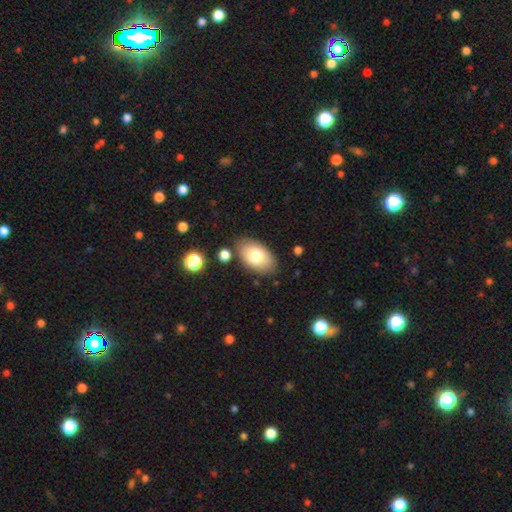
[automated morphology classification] Smooth or featured?
  - smooth: 77% *
  - featured or disk: 16%
  - star or artifact: 7%
How rounded?
  - in between: 93% *
  - round: 5%
  - cigar-shaped: 1%
Merging?
  - none: 82% *
  - minor disturbance: 12%
  - merger: 4%
  - major disturbance: 3%